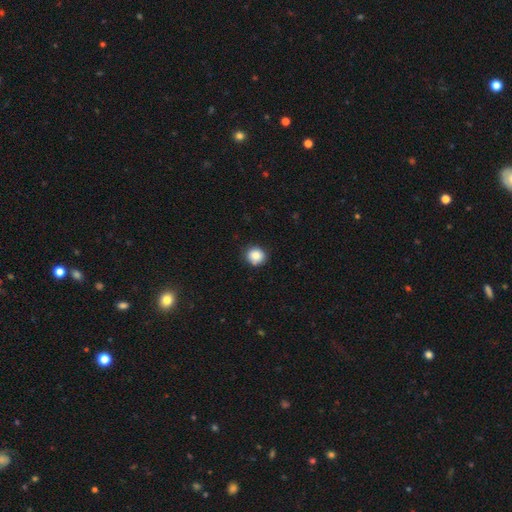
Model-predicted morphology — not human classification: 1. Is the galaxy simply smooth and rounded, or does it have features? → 86% smooth, 9% star or artifact, 4% featured or disk.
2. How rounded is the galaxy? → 87% round, 12% in between, 1% cigar-shaped.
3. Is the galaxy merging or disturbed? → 85% none, 11% minor disturbance, 2% major disturbance, 2% merger.